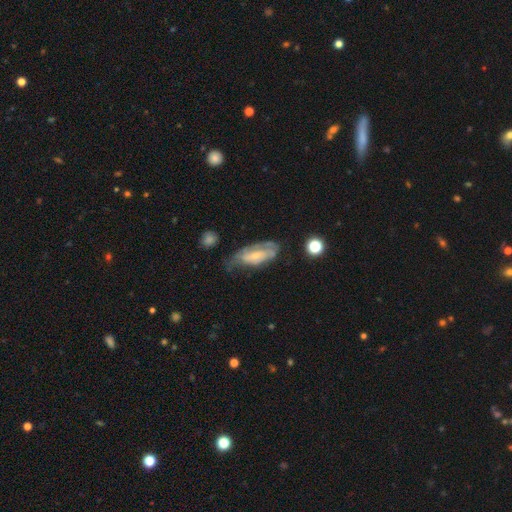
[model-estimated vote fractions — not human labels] Smooth or featured?
  - featured or disk: 56% *
  - smooth: 36%
  - star or artifact: 7%
Edge-on disk?
  - no: 87% *
  - yes: 13%
Merging?
  - none: 42% *
  - minor disturbance: 32%
  - major disturbance: 22%
  - merger: 3%